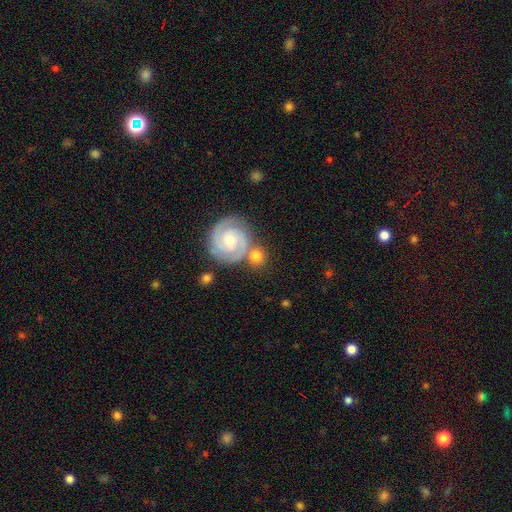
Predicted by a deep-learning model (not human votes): Overall: featured or disk (47%; smooth 46%). Merging: none (63%).